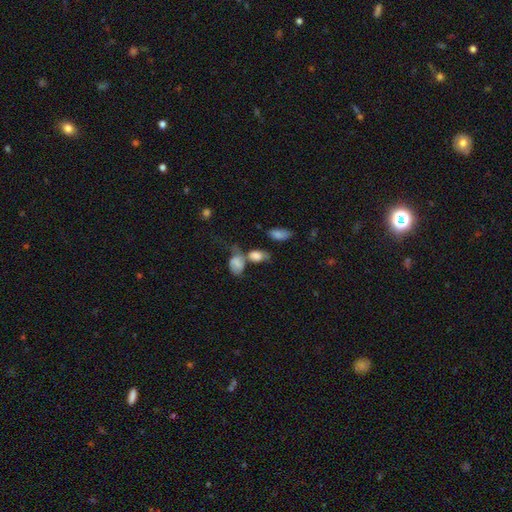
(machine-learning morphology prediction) This is likely a smooth galaxy (70%). How rounded: clearly in between (81%). Merging: marginally merger (44%).